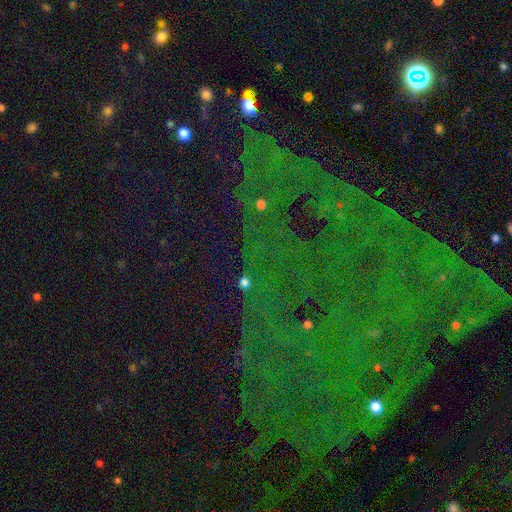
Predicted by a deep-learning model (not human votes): This is clearly a star or artifact rather than a galaxy (81%).